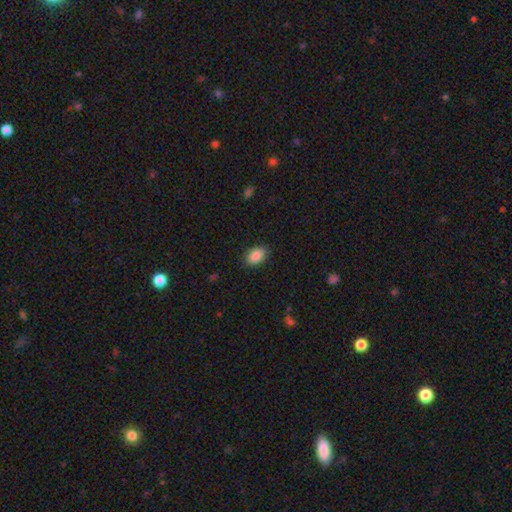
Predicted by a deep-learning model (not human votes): Overall: smooth (88%). How rounded: in between (87%). Merging: none (84%).